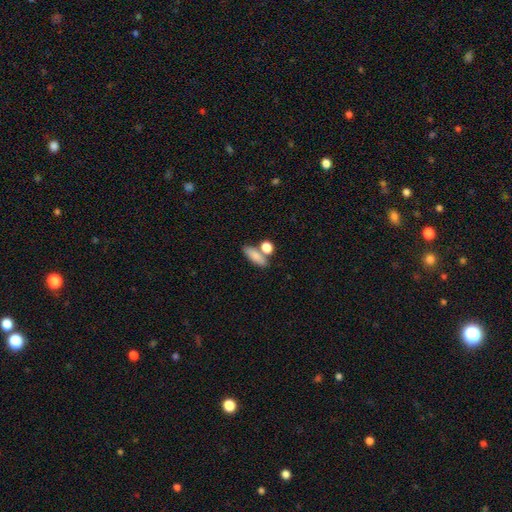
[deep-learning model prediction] Smooth or featured: smooth — 81% (featured or disk — 11%)
How rounded: in between — 62% (cigar-shaped — 26%)
Merging: none — 61% (merger — 24%)